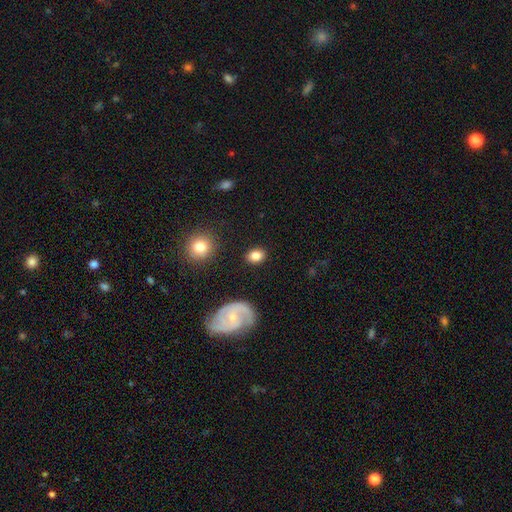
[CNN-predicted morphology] Smooth or featured: smooth — 80% (featured or disk — 12%)
How rounded: in between — 64% (round — 35%)
Merging: none — 86% (minor disturbance — 9%)